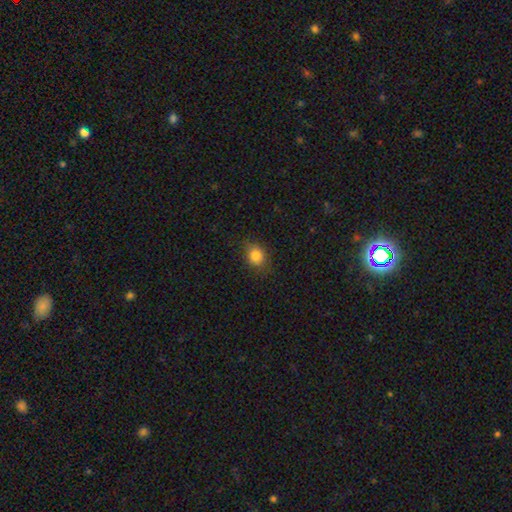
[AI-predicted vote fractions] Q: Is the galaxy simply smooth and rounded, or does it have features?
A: smooth — 84%.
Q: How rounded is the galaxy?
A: round — 56%.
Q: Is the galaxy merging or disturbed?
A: none — 82%.